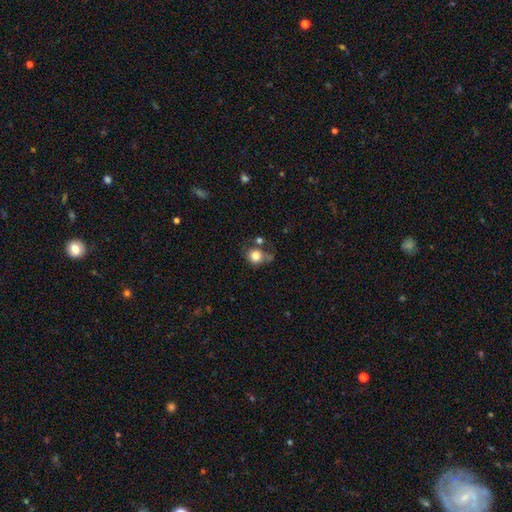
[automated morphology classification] Smooth or featured?
  - smooth: 81% *
  - star or artifact: 10%
  - featured or disk: 9%
How rounded?
  - round: 78% *
  - in between: 21%
  - cigar-shaped: 1%
Merging?
  - none: 51% *
  - minor disturbance: 21%
  - merger: 17%
  - major disturbance: 11%